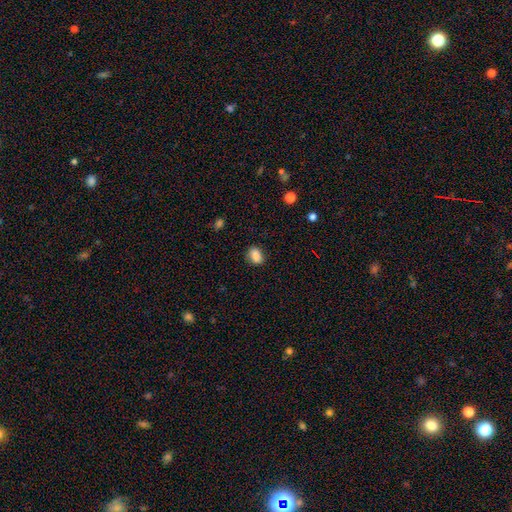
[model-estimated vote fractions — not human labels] A smooth galaxy with no disk features (85%) that is in between round and cigar-shaped (70%).

Vote fractions:
- Smooth or featured? smooth: 85% / star or artifact: 9% / featured or disk: 5%
- How rounded? in between: 70% / round: 28% / cigar-shaped: 2%
- Merging? none: 79% / minor disturbance: 15% / major disturbance: 4% / merger: 2%